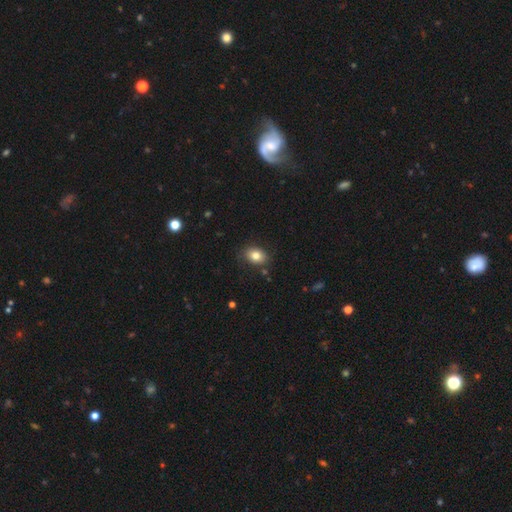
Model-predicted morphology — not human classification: Overall: smooth (81%). How rounded: in between (68%; round 31%). Merging: none (82%).